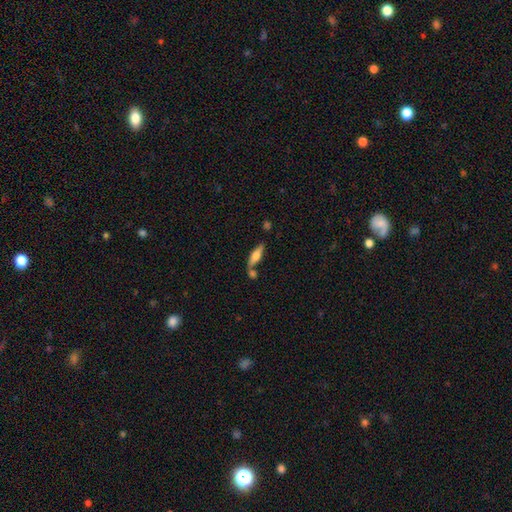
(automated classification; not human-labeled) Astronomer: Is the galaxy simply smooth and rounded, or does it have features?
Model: smooth — 55% (runner-up: featured or disk, 39%).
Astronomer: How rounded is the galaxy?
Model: cigar-shaped — 56% (runner-up: in between, 41%).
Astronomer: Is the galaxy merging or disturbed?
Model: none — 60%.